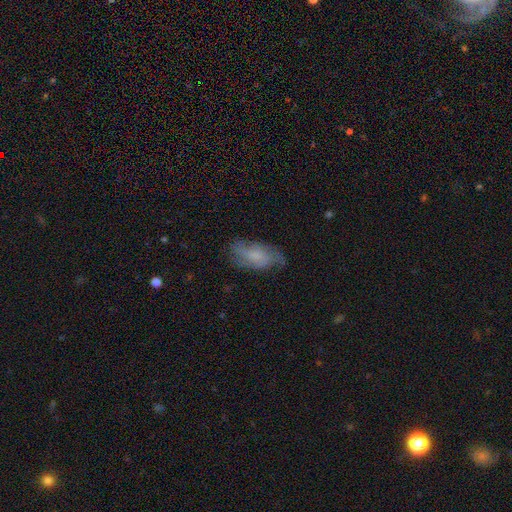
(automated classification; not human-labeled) A smooth galaxy with no disk features (46%, tied with featured or disk). Merging: none (66%).